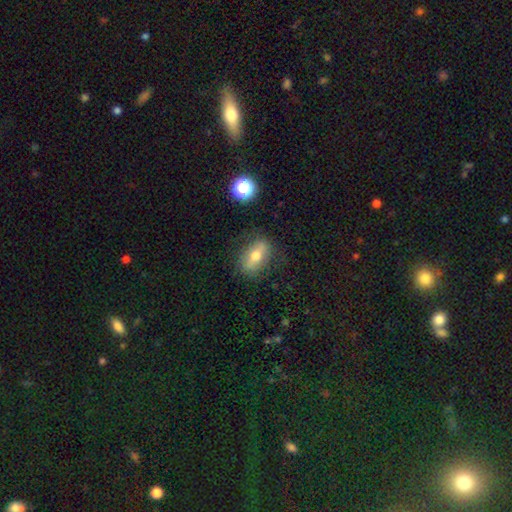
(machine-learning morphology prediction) This is possibly a smooth galaxy (58%). How rounded: clearly in between (80%). Merging: clearly none (80%).